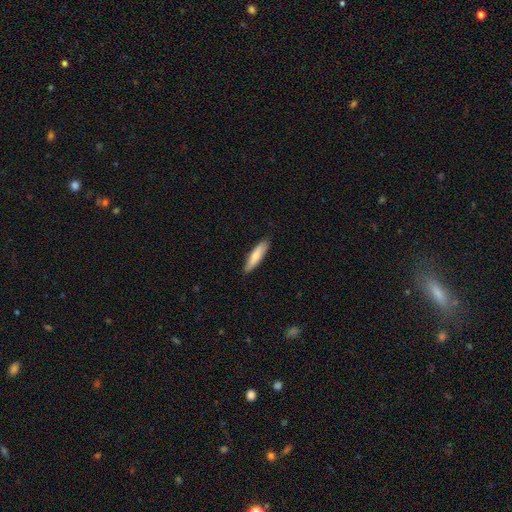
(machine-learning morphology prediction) smooth 73%, featured or disk 21%, star or artifact 5%. Down the decision tree: how rounded — cigar-shaped (76%); merging — none (88%).